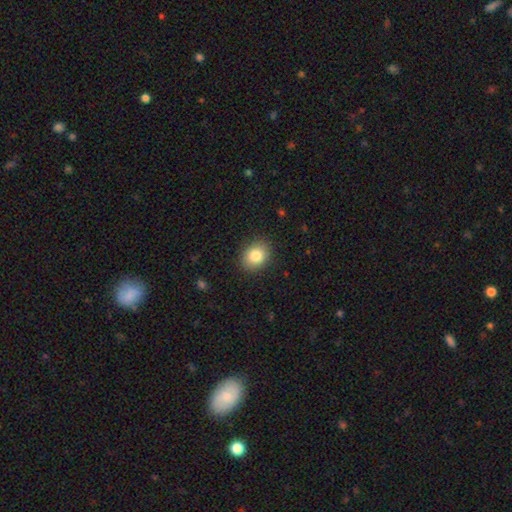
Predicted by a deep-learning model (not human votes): Morphology: type=smooth (83%); roundness=round (54%); merging=none (89%).